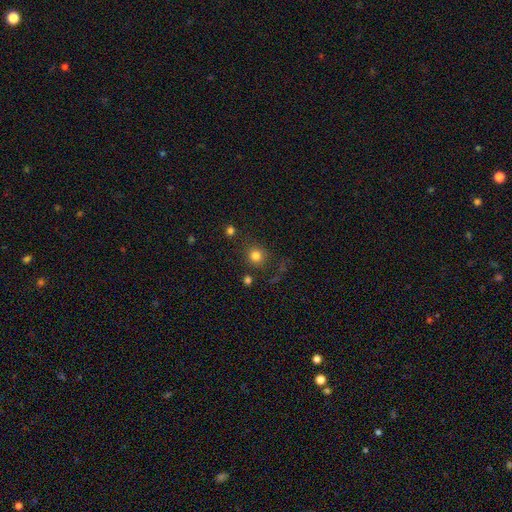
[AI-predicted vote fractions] Smooth or featured: smooth — 80% (star or artifact — 14%)
How rounded: round — 90% (in between — 9%)
Merging: none — 77% (minor disturbance — 11%)